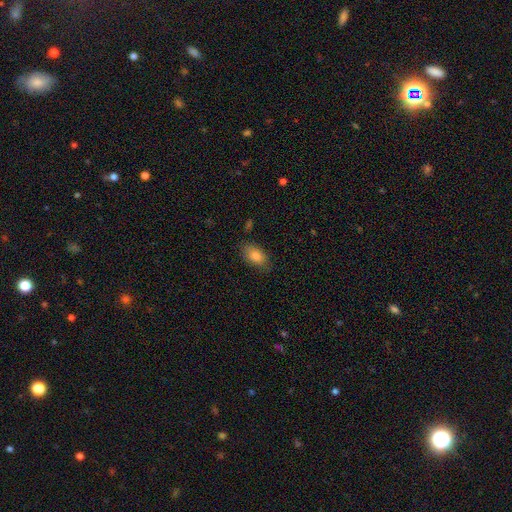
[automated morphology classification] smooth_or_featured: smooth (p=0.83) [alt: featured or disk p=0.10]
how_rounded: in between (p=0.91) [alt: round p=0.07]
merging: none (p=0.80) [alt: minor disturbance p=0.15]